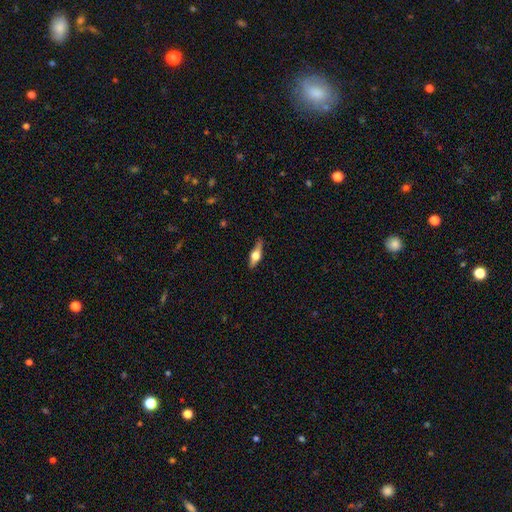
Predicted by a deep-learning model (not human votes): Smooth or featured? Predicted: featured or disk (p=0.62). Edge-on disk? Predicted: yes (p=0.95). Edge-on bulge? Predicted: rounded (p=0.95). Merging? Predicted: none (p=0.85).